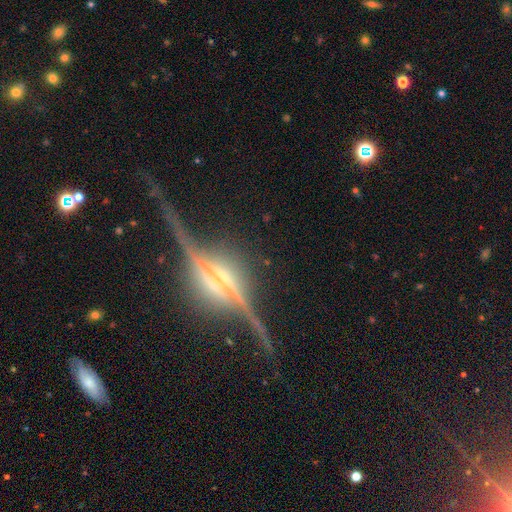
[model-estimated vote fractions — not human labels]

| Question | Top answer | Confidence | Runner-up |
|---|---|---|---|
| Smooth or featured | featured or disk | 89% | star or artifact (7%) |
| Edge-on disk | yes | 85% | no (15%) |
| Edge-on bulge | rounded | 81% | boxy (17%) |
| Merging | none | 75% | minor disturbance (15%) |